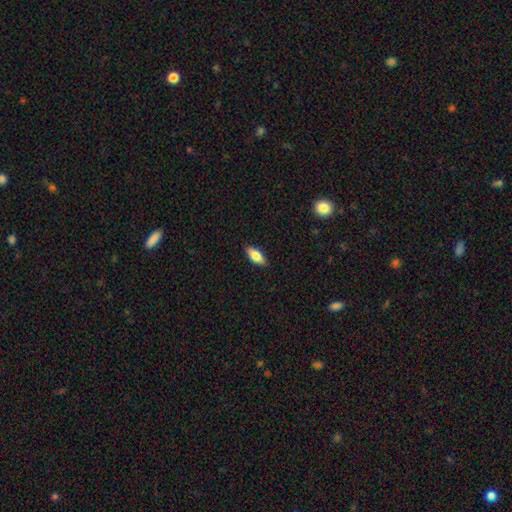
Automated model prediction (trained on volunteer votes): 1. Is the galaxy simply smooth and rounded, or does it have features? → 78% smooth, 16% featured or disk, 6% star or artifact.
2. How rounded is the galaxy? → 77% in between, 21% cigar-shaped, 2% round.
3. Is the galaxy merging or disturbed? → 88% none, 9% minor disturbance, 2% major disturbance, 1% merger.